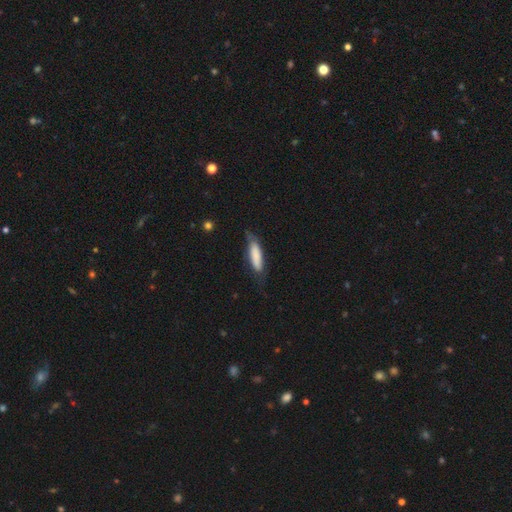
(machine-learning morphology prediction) Smooth or featured: smooth — 76% (featured or disk — 18%)
How rounded: cigar-shaped — 60% (in between — 38%)
Merging: none — 61% (minor disturbance — 28%)